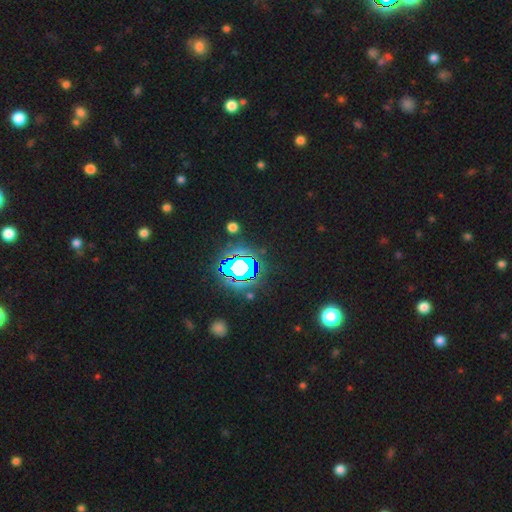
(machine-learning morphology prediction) A star or artifact, not a galaxy (83%).